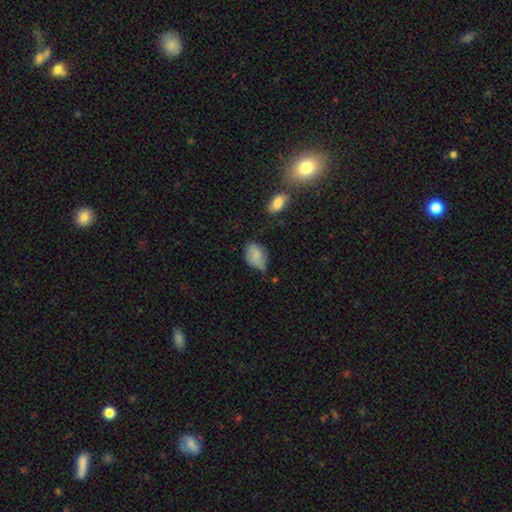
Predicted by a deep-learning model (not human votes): Smooth or featured? smooth (78%)
How rounded? in between (82%)
Merging? none (45%)